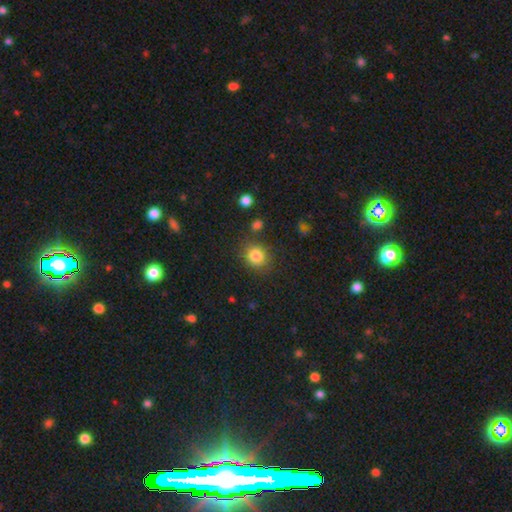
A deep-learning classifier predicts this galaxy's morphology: Smooth or featured? Predicted: smooth (p=0.84). How rounded? Predicted: round (p=0.72). Merging? Predicted: none (p=0.80).